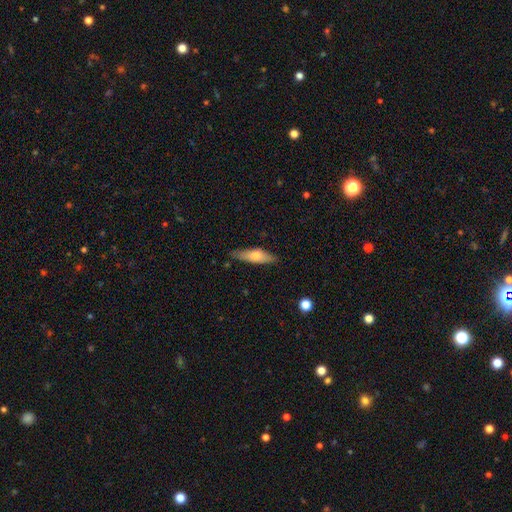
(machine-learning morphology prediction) A smooth galaxy with no disk features (62%) that is cigar-shaped (58%).

Vote fractions:
- Smooth or featured? smooth: 62% / featured or disk: 32% / star or artifact: 6%
- How rounded? cigar-shaped: 58% / in between: 40% / round: 2%
- Merging? none: 80% / minor disturbance: 16% / major disturbance: 3% / merger: 1%